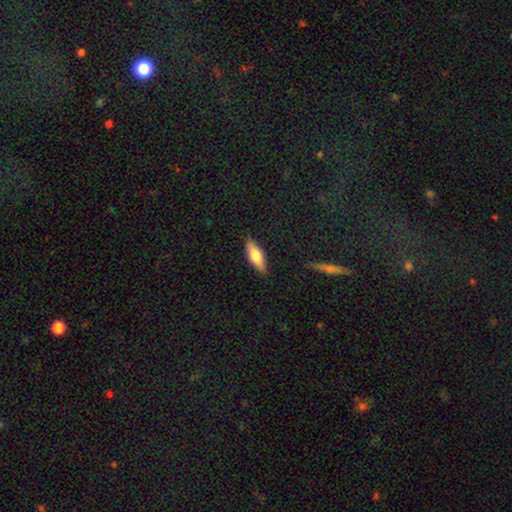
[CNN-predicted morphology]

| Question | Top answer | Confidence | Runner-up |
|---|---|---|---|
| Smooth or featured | smooth | 64% | featured or disk (30%) |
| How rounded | in between | 60% | cigar-shaped (38%) |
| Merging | none | 87% | minor disturbance (10%) |